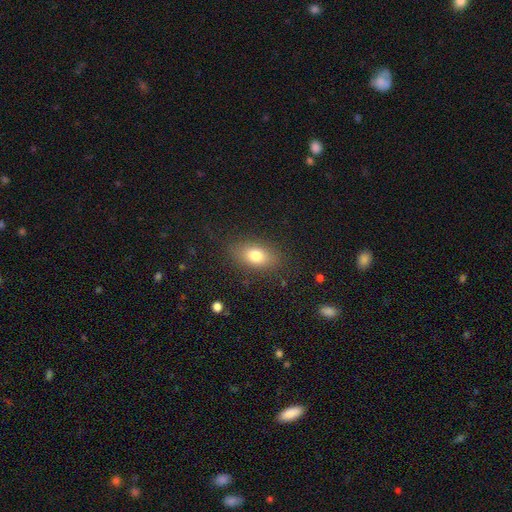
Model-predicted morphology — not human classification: Smooth or featured: smooth — 78% (featured or disk — 12%)
How rounded: in between — 83% (round — 14%)
Merging: none — 83% (minor disturbance — 11%)